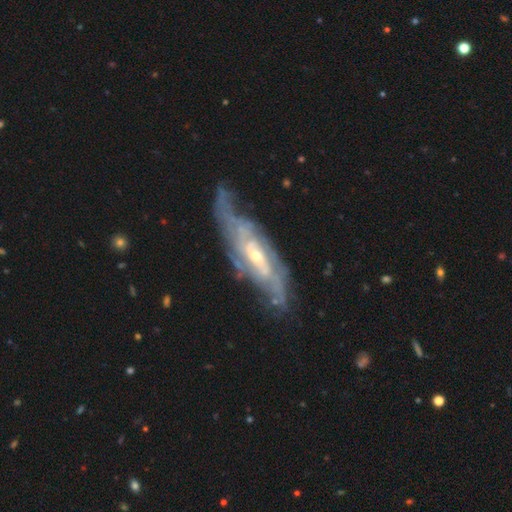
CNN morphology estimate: This appears to be a featured or disk galaxy (85%) with no bar (43%), tight (50%) spiral arms (90%) and a small central bulge (53%). Merging: none (63%).